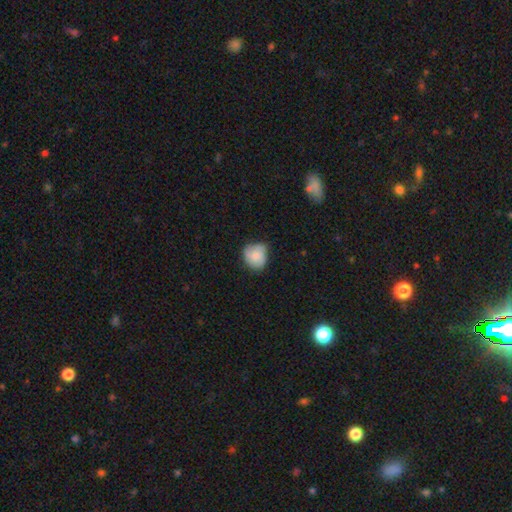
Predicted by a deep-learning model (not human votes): Smooth or featured: smooth — 76% (featured or disk — 17%)
How rounded: round — 71% (in between — 28%)
Merging: none — 51% (minor disturbance — 38%)